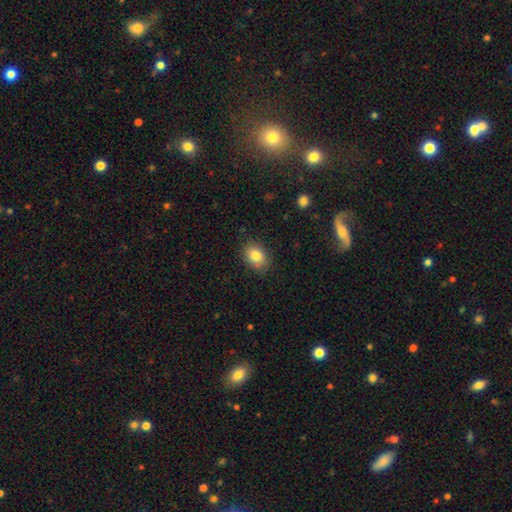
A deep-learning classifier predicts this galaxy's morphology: The model was most divided on "how rounded": in between: 74%, round: 25%, cigar-shaped: 1%. More confident: smooth or featured — smooth (83%); merging — none (82%).